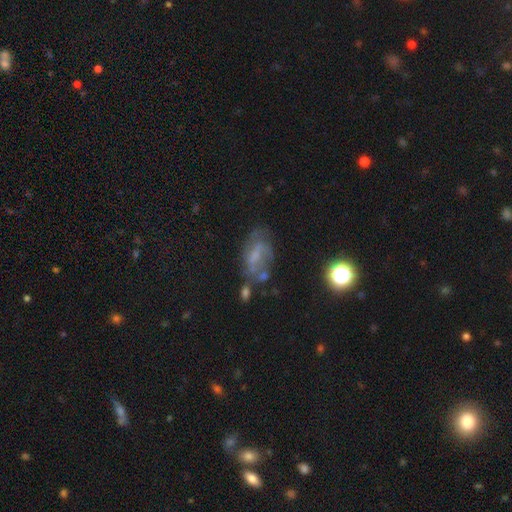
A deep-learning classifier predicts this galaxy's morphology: Smooth or featured?
  - featured or disk: 53% *
  - smooth: 30%
  - star or artifact: 18%
Edge-on disk?
  - no: 93% *
  - yes: 7%
Merging?
  - none: 44% *
  - minor disturbance: 24%
  - major disturbance: 21%
  - merger: 11%